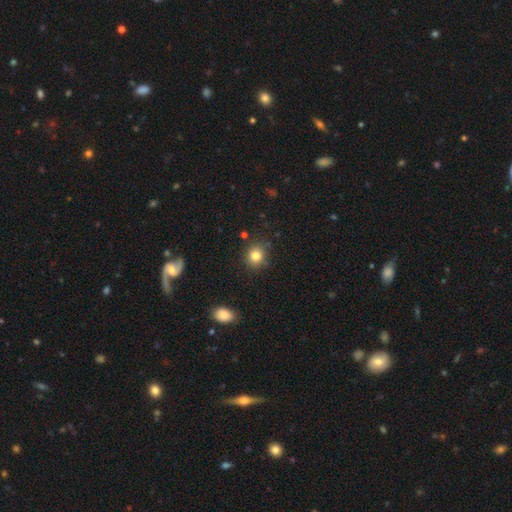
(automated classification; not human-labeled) This appears to be a smooth galaxy with no disk features (82%) that is round (84%). Merging: none (84%).